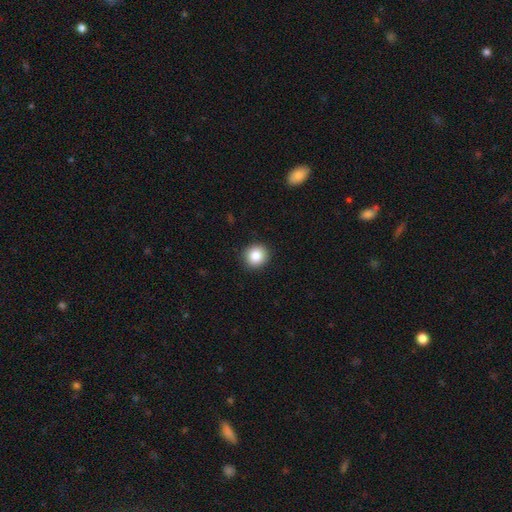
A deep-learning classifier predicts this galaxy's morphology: The model was most divided on "smooth or featured": smooth: 85%, star or artifact: 9%, featured or disk: 6%. More confident: merging — none (92%); how rounded — round (88%).